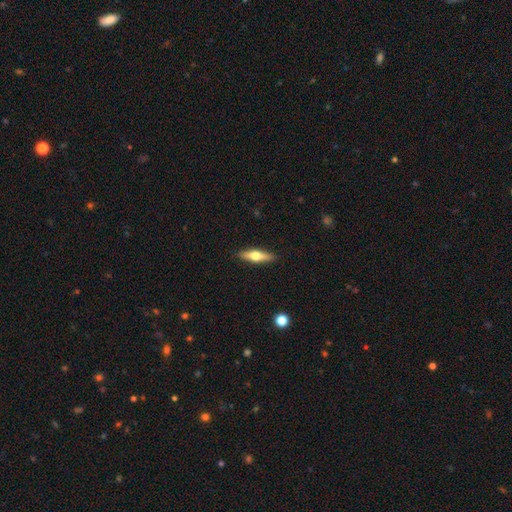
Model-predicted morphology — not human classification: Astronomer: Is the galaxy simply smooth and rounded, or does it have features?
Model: featured or disk — 49% (runner-up: smooth, 45%).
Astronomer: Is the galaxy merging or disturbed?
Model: none — 90%.